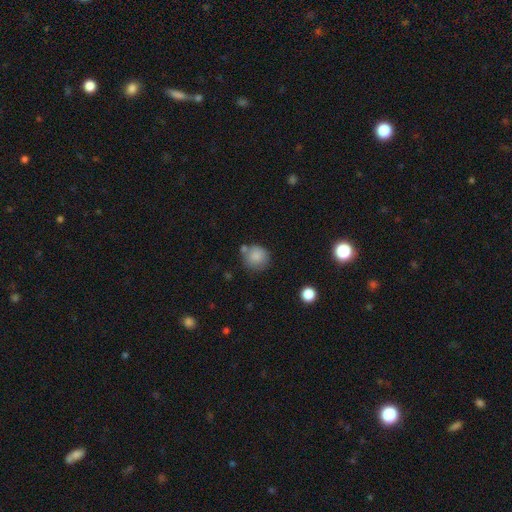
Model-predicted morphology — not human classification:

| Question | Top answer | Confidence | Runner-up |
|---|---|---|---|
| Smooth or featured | smooth | 85% | star or artifact (9%) |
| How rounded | round | 90% | in between (9%) |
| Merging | none | 64% | minor disturbance (16%) |